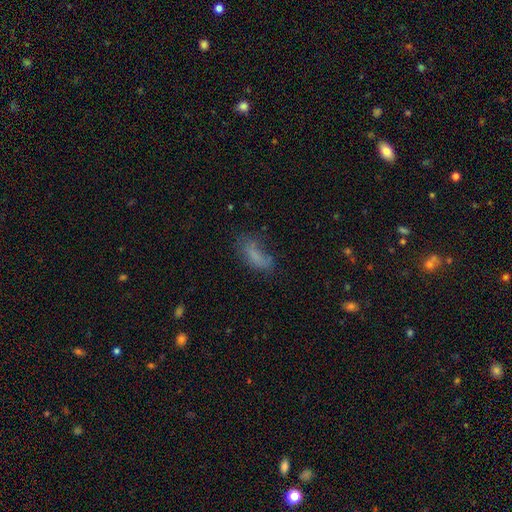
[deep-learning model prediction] smooth 72%, featured or disk 15%, star or artifact 13%. Down the decision tree: how rounded — in between (77%); merging — none (45%).